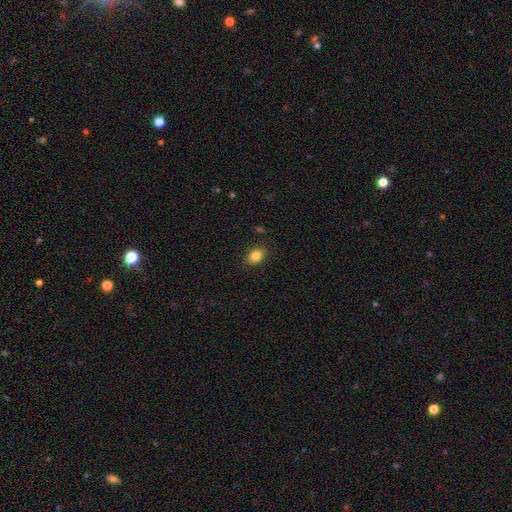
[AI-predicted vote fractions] A smooth galaxy with no disk features (84%) that is in between round and cigar-shaped (71%). Merging: none (87%).